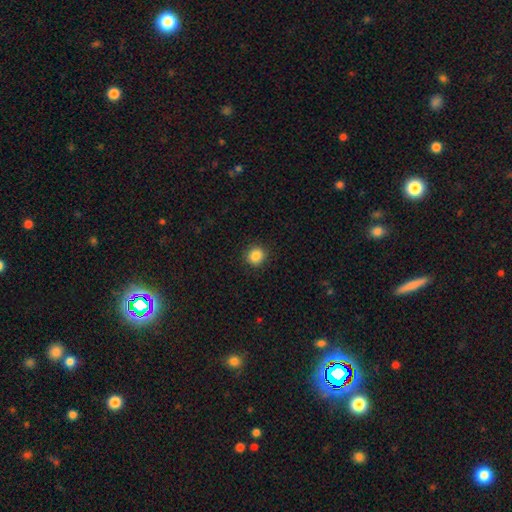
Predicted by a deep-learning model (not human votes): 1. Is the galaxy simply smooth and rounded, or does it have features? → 86% smooth, 10% star or artifact, 4% featured or disk.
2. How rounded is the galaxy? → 90% round, 9% in between, 1% cigar-shaped.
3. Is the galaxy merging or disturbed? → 91% none, 6% minor disturbance, 2% major disturbance, 1% merger.